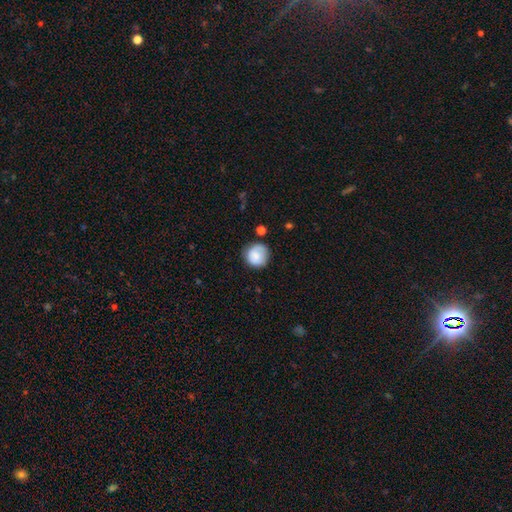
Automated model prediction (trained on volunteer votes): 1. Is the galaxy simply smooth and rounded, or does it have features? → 81% smooth, 11% featured or disk, 8% star or artifact.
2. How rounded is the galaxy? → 91% round, 8% in between, 1% cigar-shaped.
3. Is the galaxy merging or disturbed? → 74% none, 19% minor disturbance, 5% major disturbance, 3% merger.